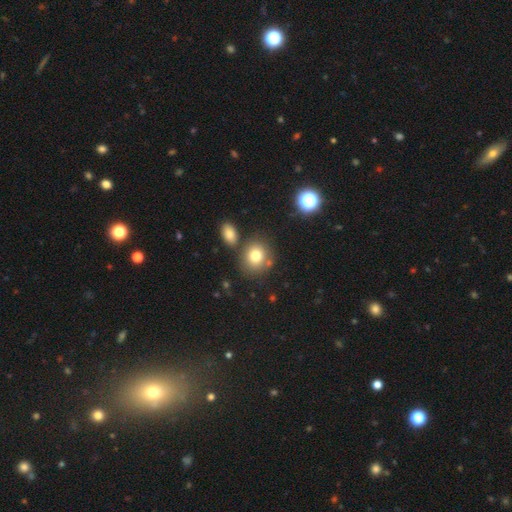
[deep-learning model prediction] Smooth or featured? smooth (78%)
How rounded? round (73%)
Merging? none (72%)